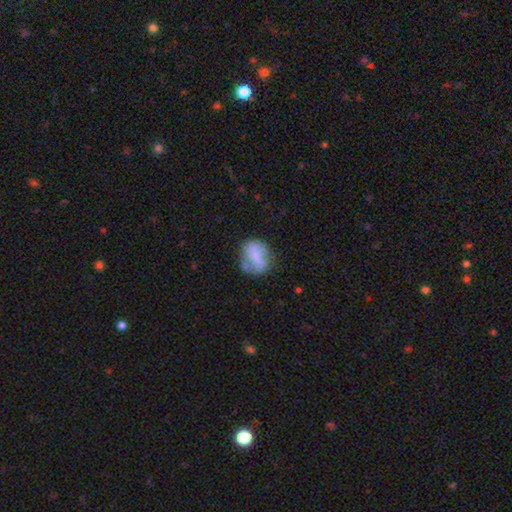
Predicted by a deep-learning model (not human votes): Smooth or featured: smooth — 55% (featured or disk — 36%)
How rounded: in between — 52% (round — 45%)
Merging: none — 52% (minor disturbance — 26%)